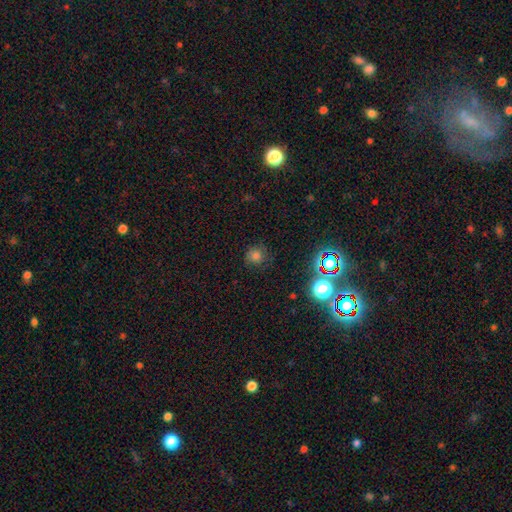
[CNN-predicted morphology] Q: Smooth or featured?
A: smooth (68%); runner-up: star or artifact (22%)
Q: How rounded?
A: round (90%); runner-up: in between (9%)
Q: Merging?
A: none (80%); runner-up: minor disturbance (14%)